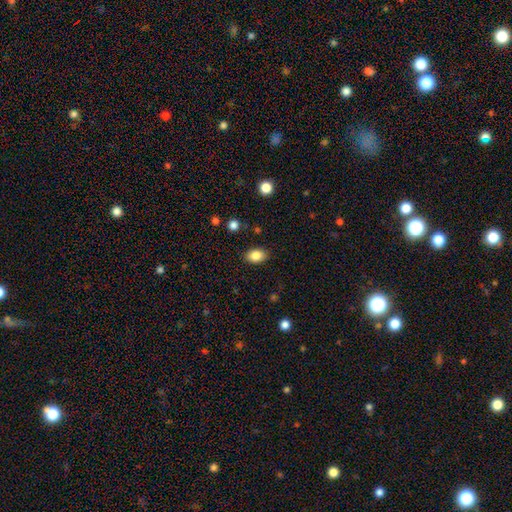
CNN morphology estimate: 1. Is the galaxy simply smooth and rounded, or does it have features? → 85% smooth, 9% star or artifact, 6% featured or disk.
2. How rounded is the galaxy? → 84% in between, 15% round, 1% cigar-shaped.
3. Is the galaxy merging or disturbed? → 87% none, 9% minor disturbance, 2% major disturbance, 1% merger.